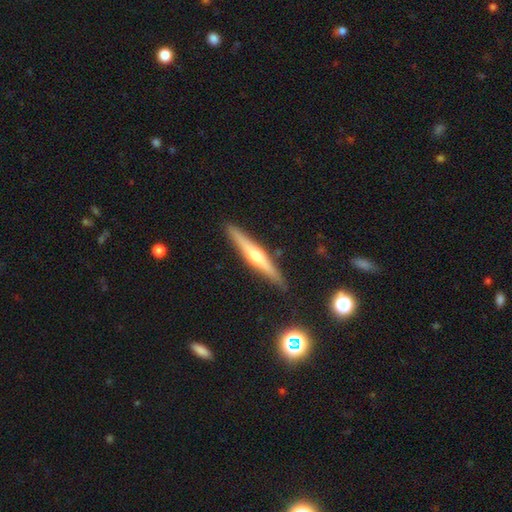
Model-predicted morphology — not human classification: smooth_or_featured: featured or disk (p=0.69) [alt: smooth p=0.25]
disk_edge_on: yes (p=0.97) [alt: no p=0.03]
edge_on_bulge: rounded (p=0.88) [alt: none p=0.07]
merging: none (p=0.90) [alt: minor disturbance p=0.07]